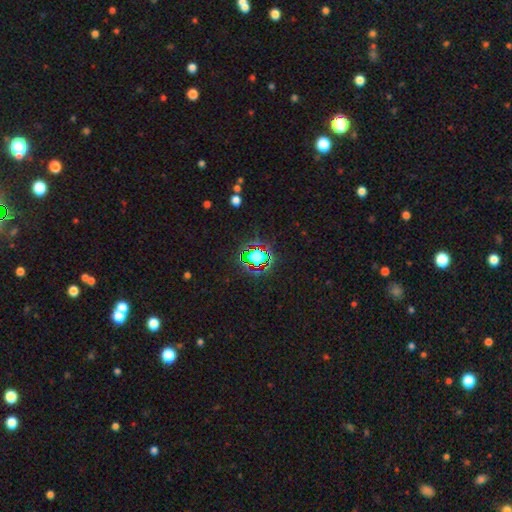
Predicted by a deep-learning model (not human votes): This is likely a star or artifact rather than a galaxy (67%).